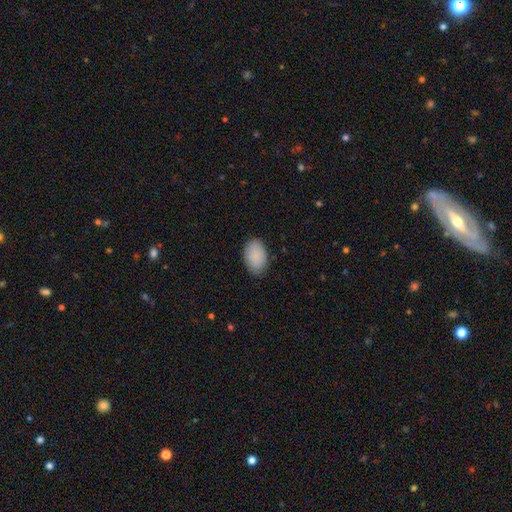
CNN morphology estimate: This is clearly a smooth galaxy (89%). How rounded: clearly in between (92%). Merging: clearly none (84%).